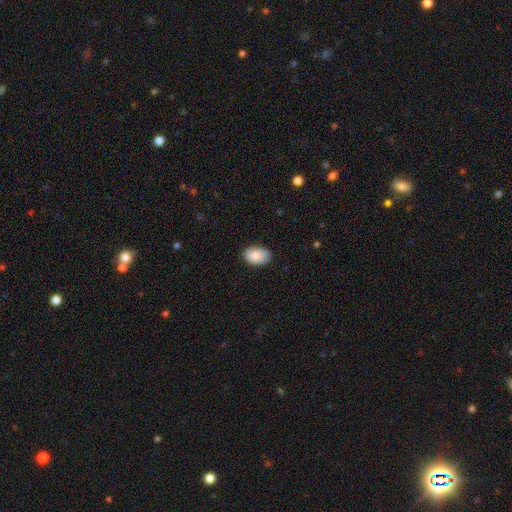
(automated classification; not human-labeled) Smooth or featured: smooth — 86% (featured or disk — 7%)
How rounded: in between — 89% (round — 10%)
Merging: none — 82% (minor disturbance — 14%)